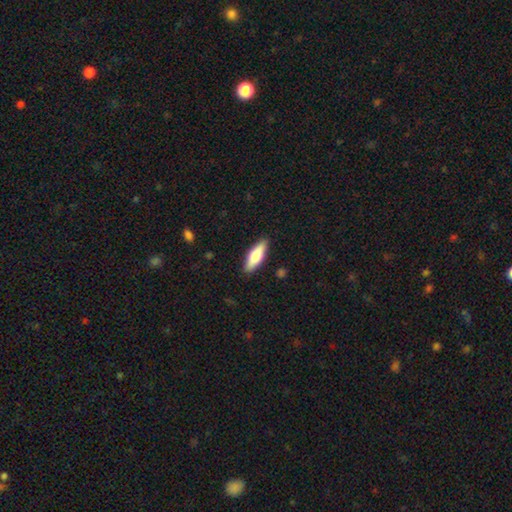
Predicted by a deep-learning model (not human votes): Overall: smooth (68%). How rounded: in between (54%; cigar-shaped 44%). Merging: none (88%).